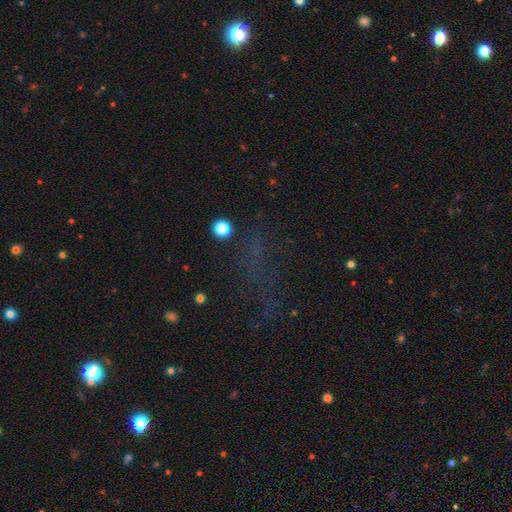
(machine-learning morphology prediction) A star or artifact, not a galaxy (56%).

Vote fractions:
- Smooth or featured? star or artifact: 56% / smooth: 28% / featured or disk: 16%